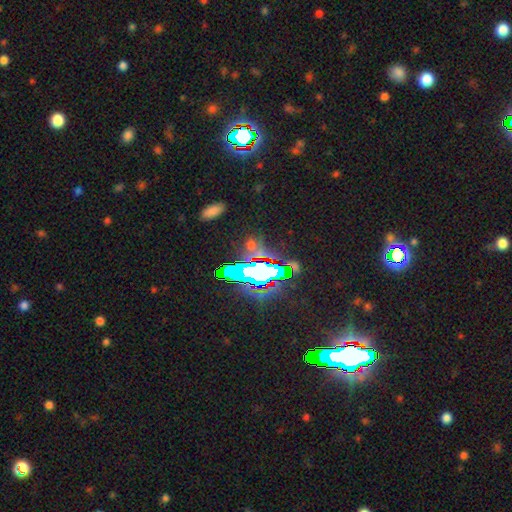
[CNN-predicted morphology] This is likely a star or artifact rather than a galaxy (65%).